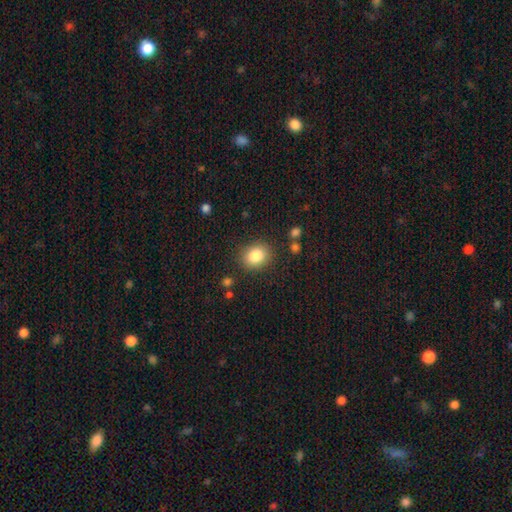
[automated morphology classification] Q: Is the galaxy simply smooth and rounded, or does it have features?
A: smooth — 85%.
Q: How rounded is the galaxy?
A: round — 53%.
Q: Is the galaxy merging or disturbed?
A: none — 85%.